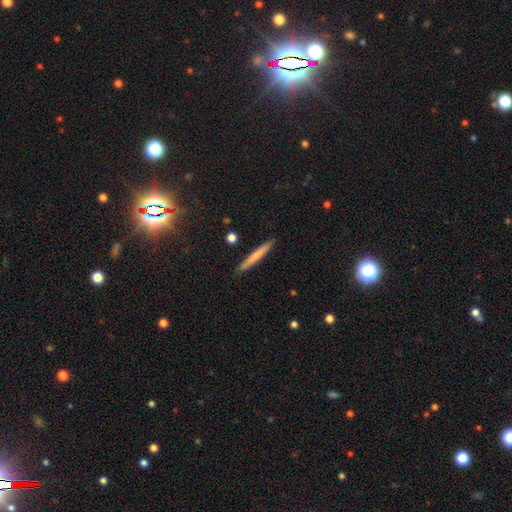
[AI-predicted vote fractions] smooth_or_featured: smooth (p=0.64) [alt: featured or disk p=0.30]
how_rounded: cigar-shaped (p=0.96) [alt: in between p=0.03]
merging: none (p=0.90) [alt: minor disturbance p=0.07]